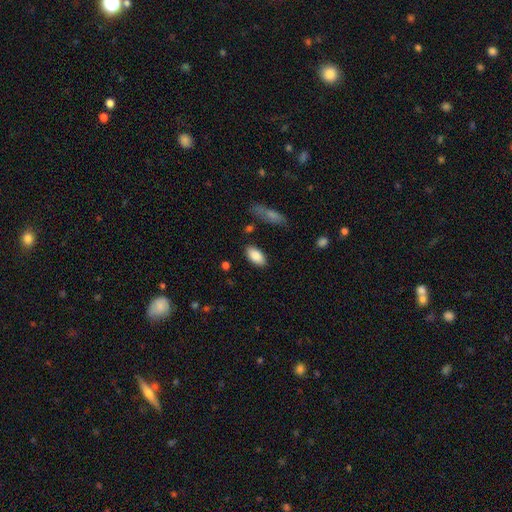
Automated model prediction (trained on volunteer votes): Smooth or featured: smooth — 87% (star or artifact — 7%)
How rounded: in between — 93% (cigar-shaped — 4%)
Merging: none — 85% (minor disturbance — 10%)